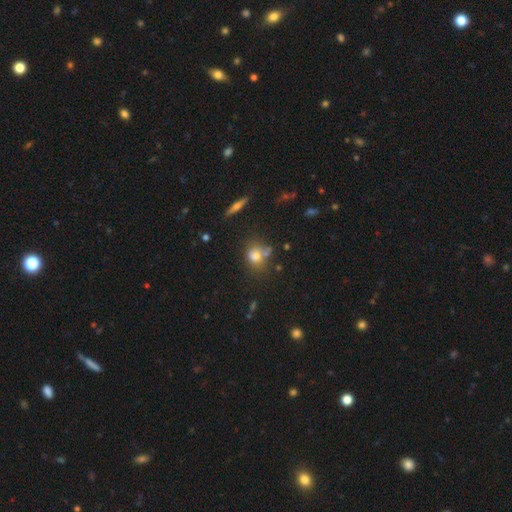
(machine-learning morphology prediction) Smooth or featured?
  - smooth: 73% *
  - star or artifact: 14%
  - featured or disk: 13%
How rounded?
  - round: 63% *
  - in between: 35%
  - cigar-shaped: 2%
Merging?
  - none: 51% *
  - minor disturbance: 22%
  - merger: 17%
  - major disturbance: 10%